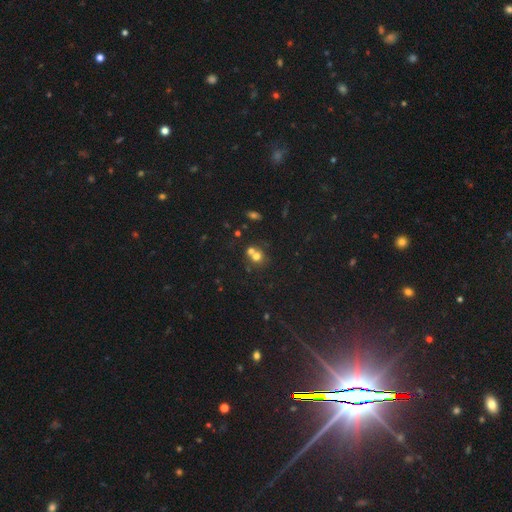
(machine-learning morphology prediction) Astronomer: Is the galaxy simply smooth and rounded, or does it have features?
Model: smooth — 65%.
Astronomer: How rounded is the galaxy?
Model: round — 79%.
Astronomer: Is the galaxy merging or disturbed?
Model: merger — 50% (runner-up: none, 40%).